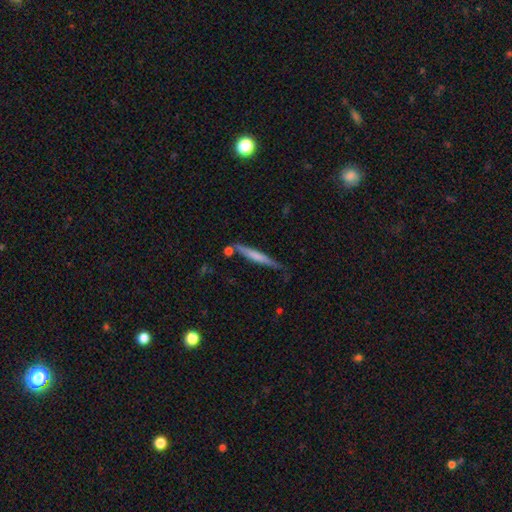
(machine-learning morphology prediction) Smooth or featured?
  - smooth: 57% *
  - featured or disk: 37%
  - star or artifact: 6%
How rounded?
  - cigar-shaped: 95% *
  - in between: 4%
  - round: 1%
Merging?
  - none: 70% *
  - minor disturbance: 19%
  - merger: 7%
  - major disturbance: 4%